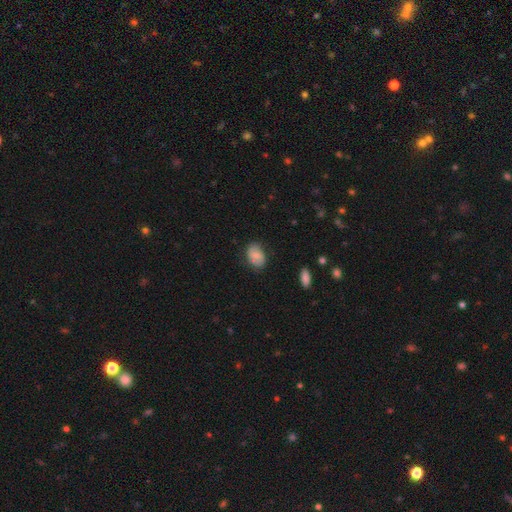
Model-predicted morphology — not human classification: A smooth galaxy with no disk features (59%) that is in between round and cigar-shaped (80%). Merging: none (72%).